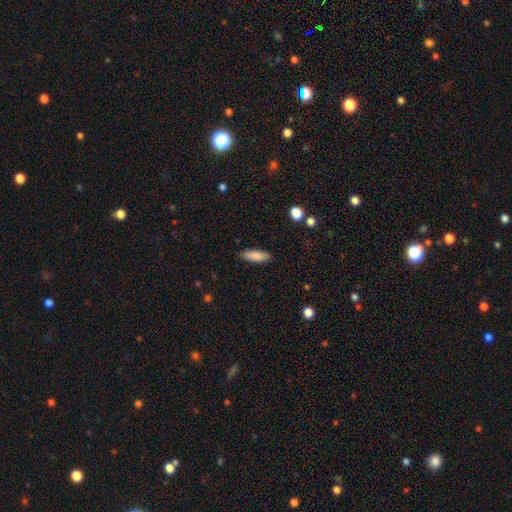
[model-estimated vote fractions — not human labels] Overall: smooth (87%). How rounded: in between (54%; cigar-shaped 44%). Merging: none (88%).